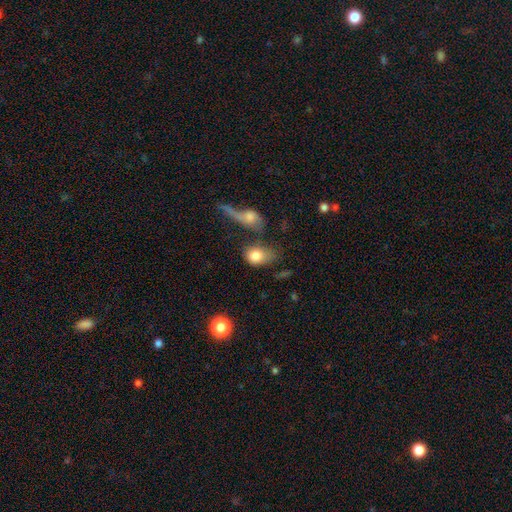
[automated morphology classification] The model was most divided on "merging": merger: 35%, none: 28%, major disturbance: 21%, minor disturbance: 16%. More confident: smooth or featured — smooth (79%); how rounded — in between (68%).